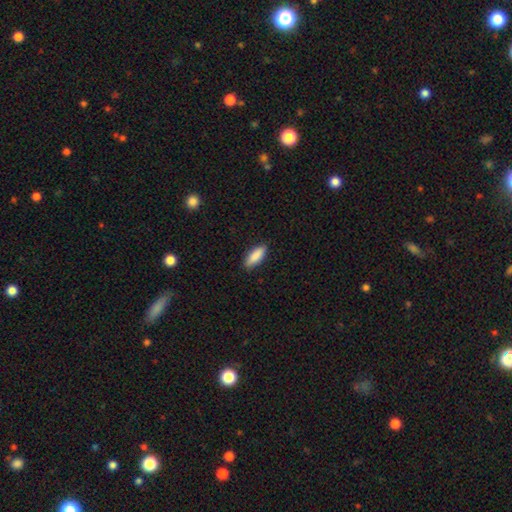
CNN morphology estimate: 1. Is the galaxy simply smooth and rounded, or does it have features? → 88% smooth, 6% star or artifact, 6% featured or disk.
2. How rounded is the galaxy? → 66% in between, 32% cigar-shaped, 2% round.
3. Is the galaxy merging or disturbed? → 88% none, 9% minor disturbance, 2% major disturbance, 1% merger.